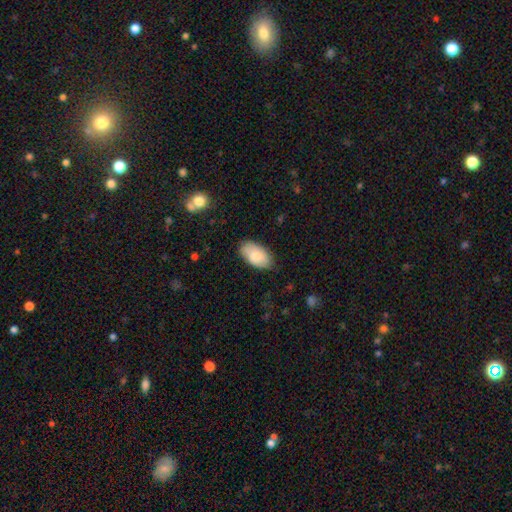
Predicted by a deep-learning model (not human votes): A smooth galaxy with no disk features (84%) that is in between round and cigar-shaped (96%).

Vote fractions:
- Smooth or featured? smooth: 84% / featured or disk: 10% / star or artifact: 6%
- How rounded? in between: 96% / round: 3% / cigar-shaped: 2%
- Merging? none: 80% / minor disturbance: 16% / major disturbance: 3% / merger: 1%